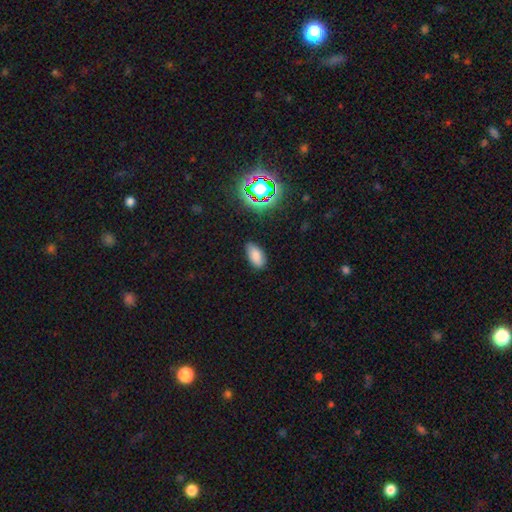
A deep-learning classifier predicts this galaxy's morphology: Q: Smooth or featured?
A: smooth (79%); runner-up: star or artifact (13%)
Q: How rounded?
A: in between (93%); runner-up: cigar-shaped (4%)
Q: Merging?
A: none (82%); runner-up: minor disturbance (14%)